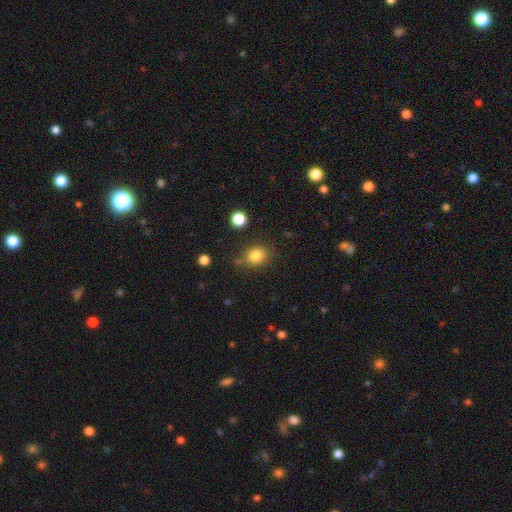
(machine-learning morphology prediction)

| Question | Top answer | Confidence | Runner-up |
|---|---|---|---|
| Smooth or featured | smooth | 82% | star or artifact (11%) |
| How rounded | round | 64% | in between (35%) |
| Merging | none | 75% | minor disturbance (15%) |